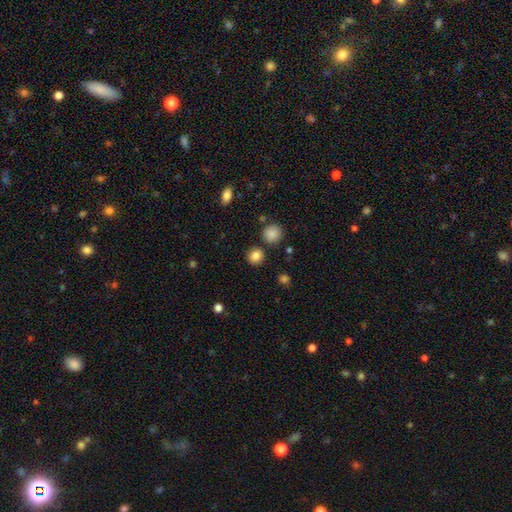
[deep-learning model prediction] smooth 85%, star or artifact 11%, featured or disk 4%. Down the decision tree: how rounded — round (87%); merging — none (84%).